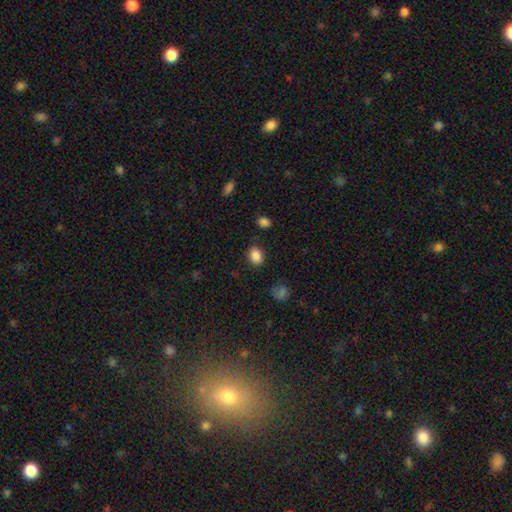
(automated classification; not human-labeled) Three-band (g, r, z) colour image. It shows a smooth galaxy with no disk features (86%) that is round (51%). Merging: none (85%).